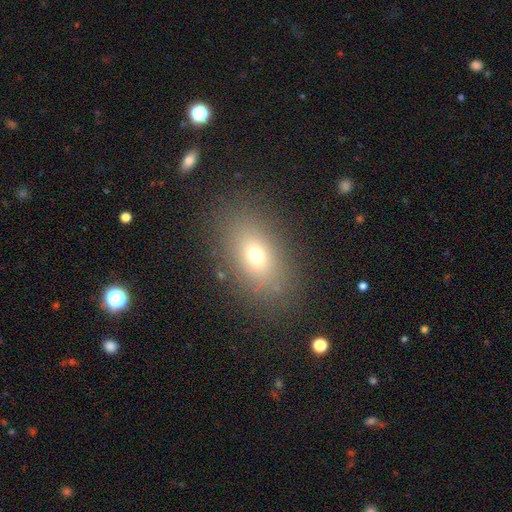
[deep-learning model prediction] The model was most divided on "smooth or featured": smooth: 67%, featured or disk: 18%, star or artifact: 15%. More confident: merging — none (83%); how rounded — in between (81%).